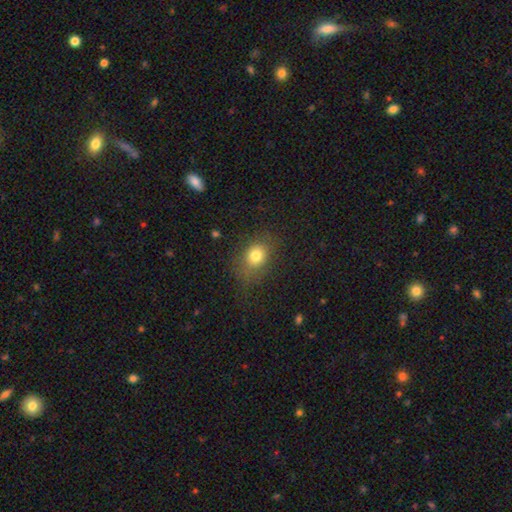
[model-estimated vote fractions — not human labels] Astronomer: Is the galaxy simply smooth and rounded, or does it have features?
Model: smooth — 77%.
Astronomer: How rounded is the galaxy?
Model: round — 51% (runner-up: in between, 48%).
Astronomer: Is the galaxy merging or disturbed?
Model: none — 71%.